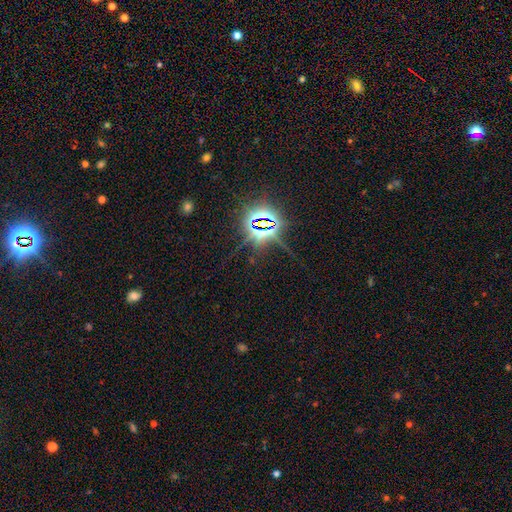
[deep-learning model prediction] smooth-or-featured: star or artifact: 83% | smooth: 9% | featured or disk: 8%